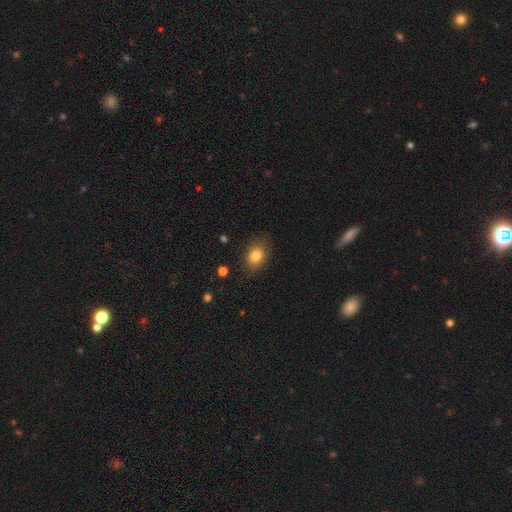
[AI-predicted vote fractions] A smooth galaxy with no disk features (80%) that is in between round and cigar-shaped (68%).

Vote fractions:
- Smooth or featured? smooth: 80% / star or artifact: 11% / featured or disk: 9%
- How rounded? in between: 68% / round: 31% / cigar-shaped: 1%
- Merging? none: 83% / minor disturbance: 13% / major disturbance: 3% / merger: 1%